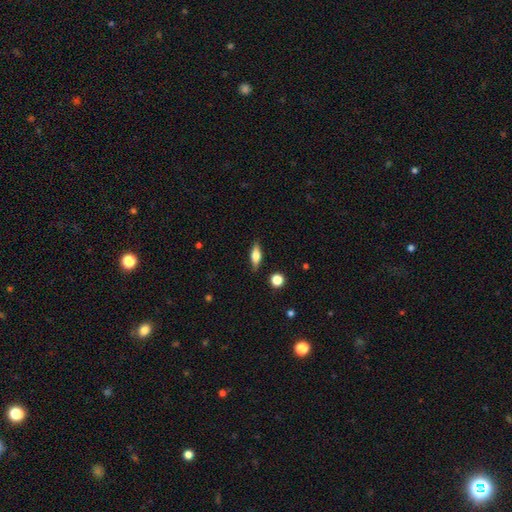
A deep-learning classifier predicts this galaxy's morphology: Smooth or featured? Predicted: smooth (p=0.58). How rounded? Predicted: in between (p=0.61). Merging? Predicted: none (p=0.84).